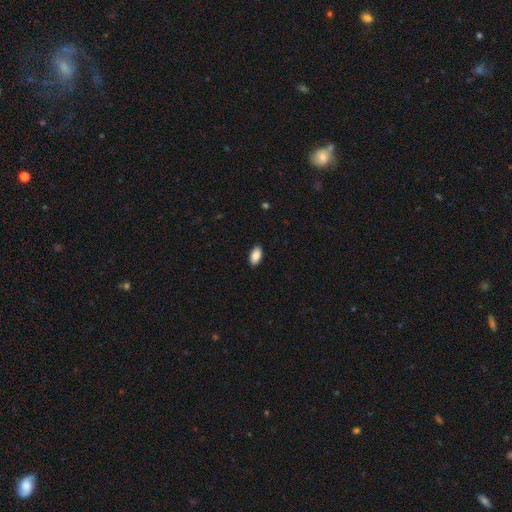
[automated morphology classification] Q: Smooth or featured?
A: smooth (88%); runner-up: star or artifact (7%)
Q: How rounded?
A: in between (94%); runner-up: round (3%)
Q: Merging?
A: none (90%); runner-up: minor disturbance (7%)